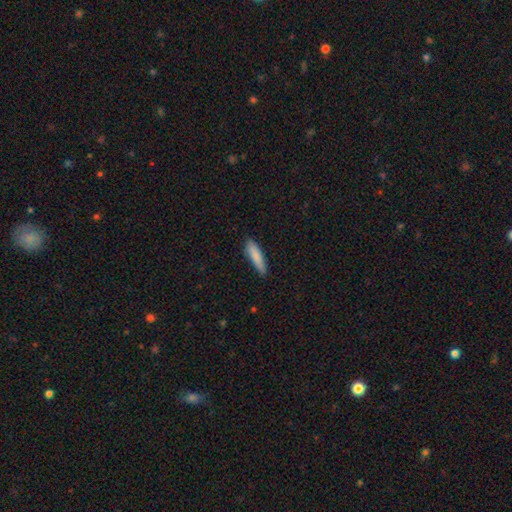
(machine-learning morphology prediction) This appears to be a smooth galaxy with no disk features (85%) that is cigar-shaped (76%). Merging: none (85%).